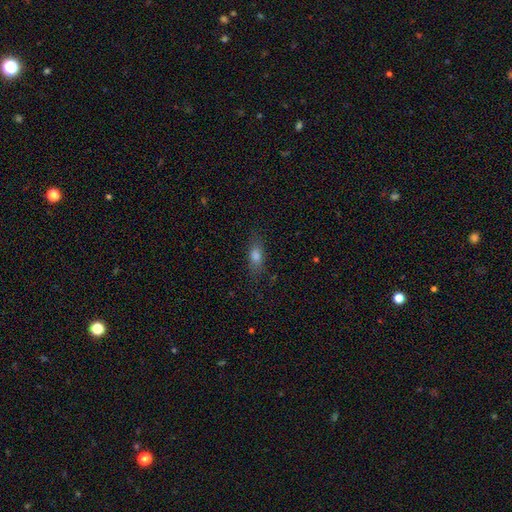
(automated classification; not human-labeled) The model was most divided on "how rounded": in between: 65%, cigar-shaped: 28%, round: 7%. More confident: merging — none (81%); smooth or featured — smooth (72%).